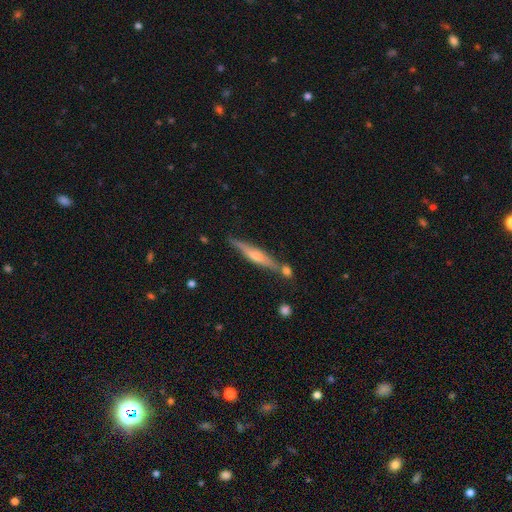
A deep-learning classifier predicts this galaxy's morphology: Q: Smooth or featured?
A: featured or disk (65%); runner-up: smooth (28%)
Q: Edge-on disk?
A: yes (95%); runner-up: no (5%)
Q: Edge-on bulge?
A: rounded (75%); runner-up: none (13%)
Q: Merging?
A: none (75%); runner-up: minor disturbance (12%)